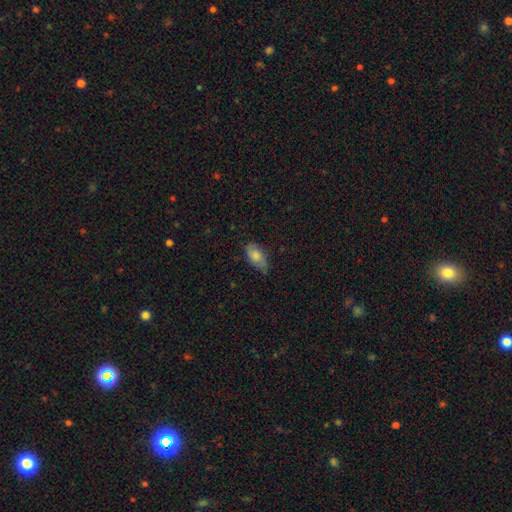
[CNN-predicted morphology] Overall: smooth (77%). How rounded: in between (91%). Merging: none (64%; minor disturbance 29%).